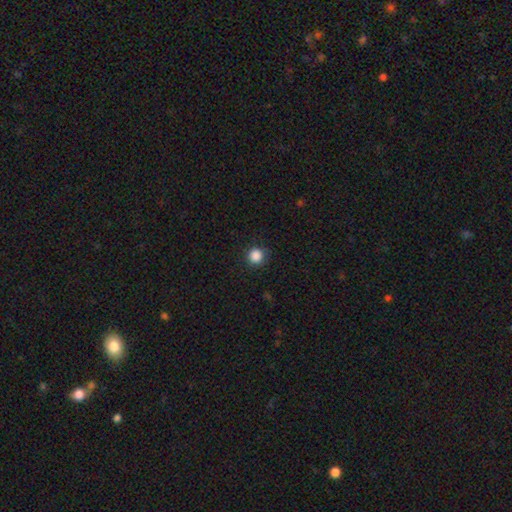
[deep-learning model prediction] smooth-or-featured: smooth: 87% | star or artifact: 10% | featured or disk: 3%
  how-rounded: round: 94% | in between: 5% | cigar-shaped: 1%
  merging: none: 86% | minor disturbance: 10% | major disturbance: 3% | merger: 1%